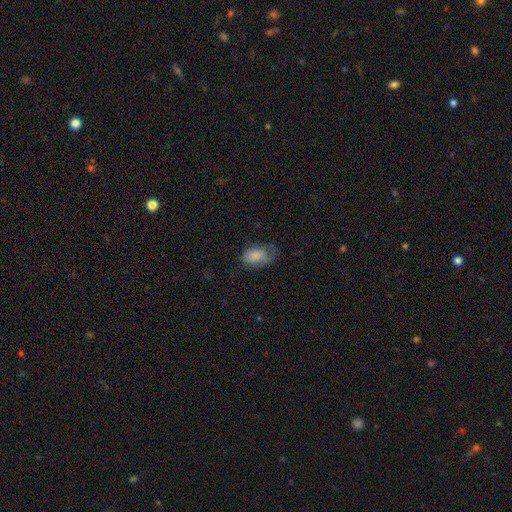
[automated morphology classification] This appears to be a smooth galaxy with no disk features (81%) that is in between round and cigar-shaped (89%). Merging: none (44%).